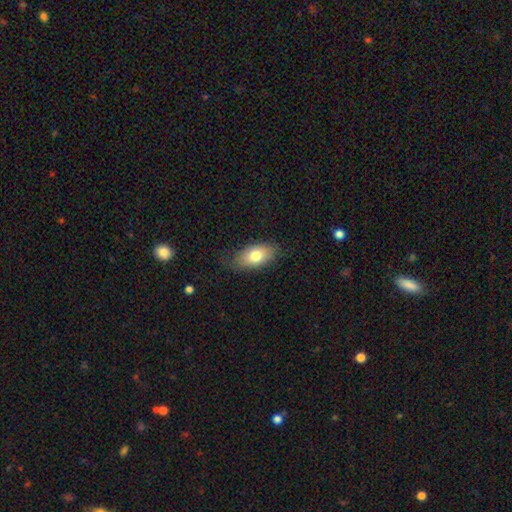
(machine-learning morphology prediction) type=smooth (76%); roundness=in between (91%); merging=none (74%).